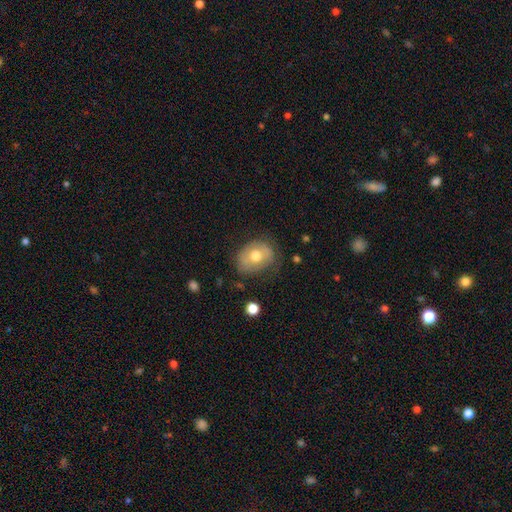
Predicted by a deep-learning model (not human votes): Morphology: type=smooth (64%); roundness=in between (59%); merging=none (61%).